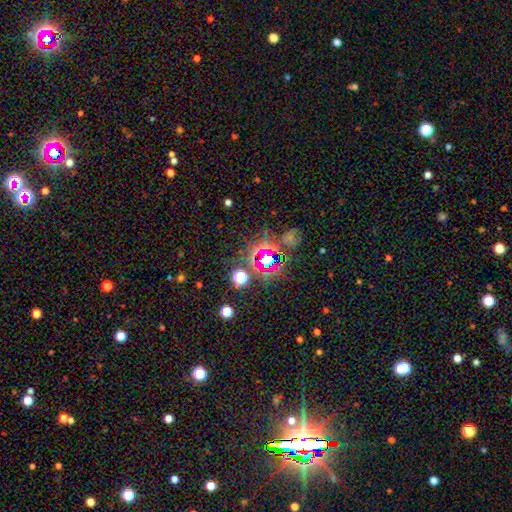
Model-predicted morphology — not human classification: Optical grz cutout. It shows a star or artifact, not a galaxy (68%).